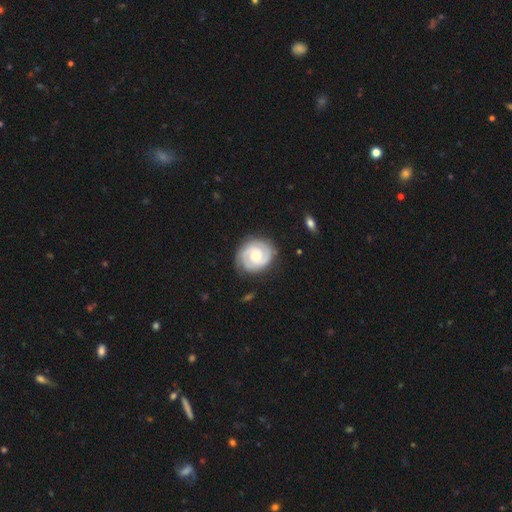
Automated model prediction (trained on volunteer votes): Smooth or featured? featured or disk (81%)
Edge-on disk? no (98%)
Bar? no (68%)
Spiral arms? yes (95%)
Spiral winding? tight (67%)
Spiral arm count? 2 (68%)
Bulge size? moderate (68%)
Merging? none (81%)